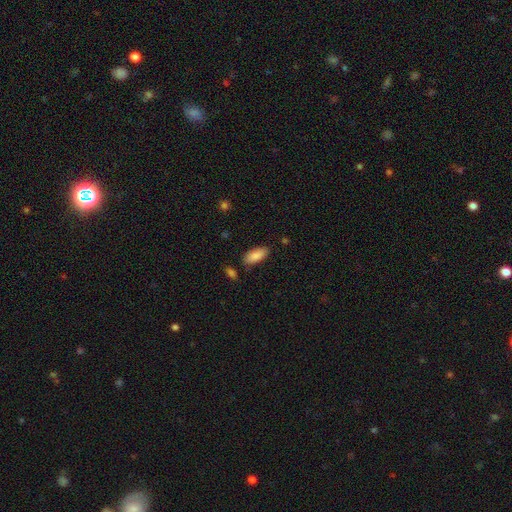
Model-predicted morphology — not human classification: Overall: smooth (87%). How rounded: in between (86%). Merging: none (80%).